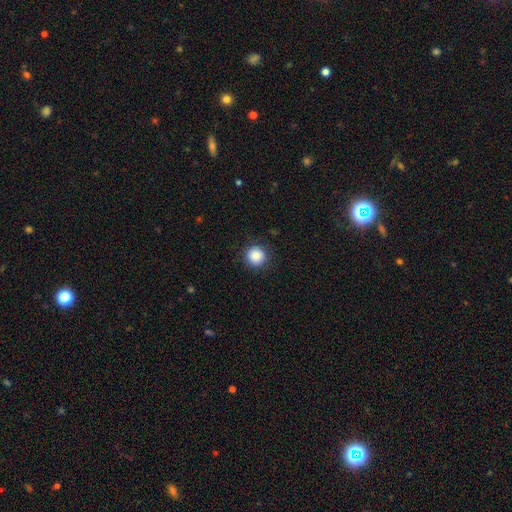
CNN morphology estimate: Q: Smooth or featured?
A: smooth (88%); runner-up: star or artifact (9%)
Q: How rounded?
A: round (95%); runner-up: in between (4%)
Q: Merging?
A: none (89%); runner-up: minor disturbance (7%)